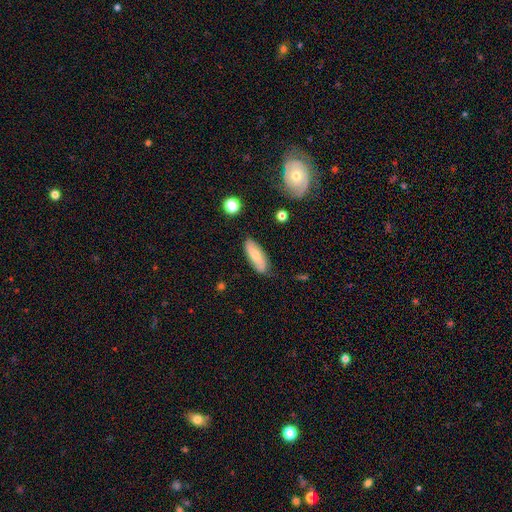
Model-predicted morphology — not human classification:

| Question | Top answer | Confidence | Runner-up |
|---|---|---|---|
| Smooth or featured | smooth | 67% | featured or disk (26%) |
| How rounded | in between | 61% | cigar-shaped (36%) |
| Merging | none | 78% | minor disturbance (17%) |